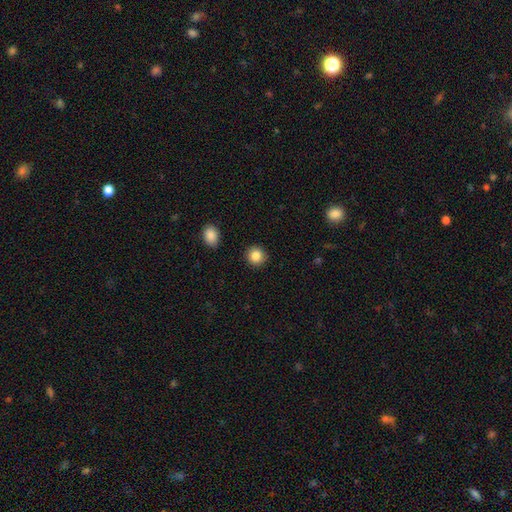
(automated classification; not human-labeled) This appears to be a smooth galaxy with no disk features (86%) that is round (91%). Merging: none (91%).